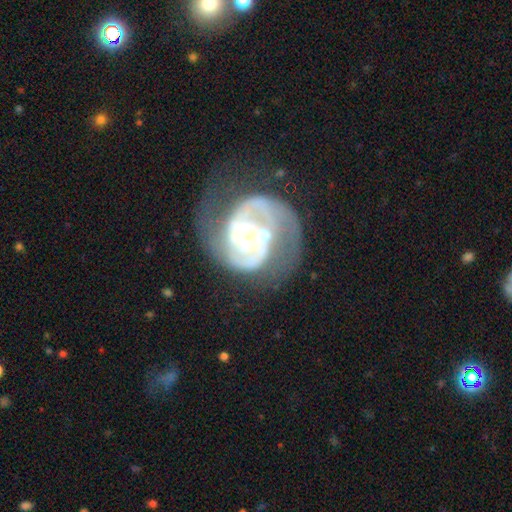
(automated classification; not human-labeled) featured or disk 86%, smooth 9%, star or artifact 6%. Down the decision tree: edge-on disk — no (98%); bar — no (48%); spiral arms — yes (89%); spiral arm count — 2 (71%); spiral winding — medium (46%); bulge size — moderate (68%); merging — none (40%).